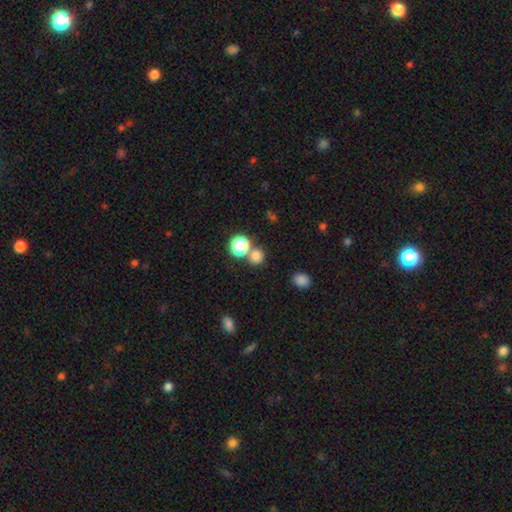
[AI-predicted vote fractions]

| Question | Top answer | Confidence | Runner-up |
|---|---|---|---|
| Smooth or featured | smooth | 76% | star or artifact (19%) |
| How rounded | round | 88% | in between (11%) |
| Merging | none | 64% | merger (26%) |